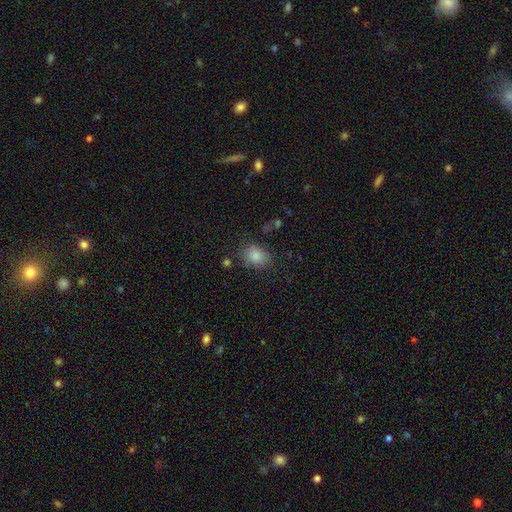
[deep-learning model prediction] smooth_or_featured: smooth (p=0.83) [alt: star or artifact p=0.10]
how_rounded: in between (p=0.62) [alt: round p=0.36]
merging: none (p=0.75) [alt: minor disturbance p=0.16]